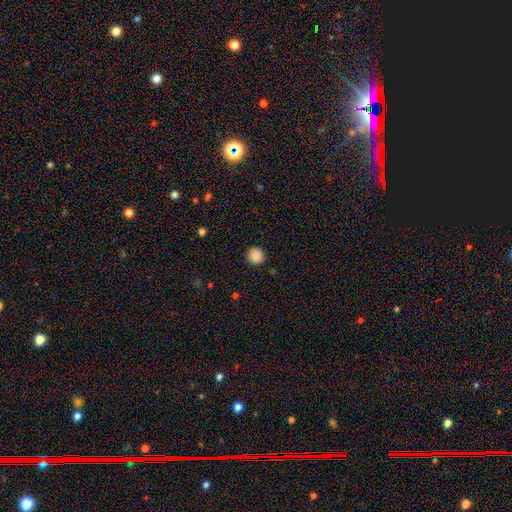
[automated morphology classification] This is clearly a smooth galaxy (88%). How rounded: clearly round (93%). Merging: clearly none (91%).